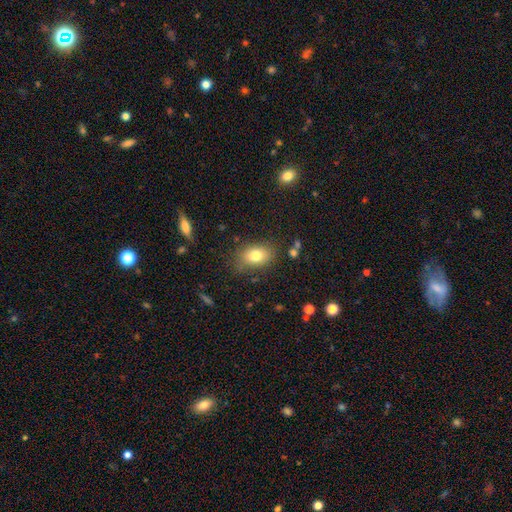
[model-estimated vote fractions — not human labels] smooth_or_featured: smooth (p=0.78) [alt: featured or disk p=0.12]
how_rounded: in between (p=0.82) [alt: round p=0.17]
merging: none (p=0.78) [alt: minor disturbance p=0.15]